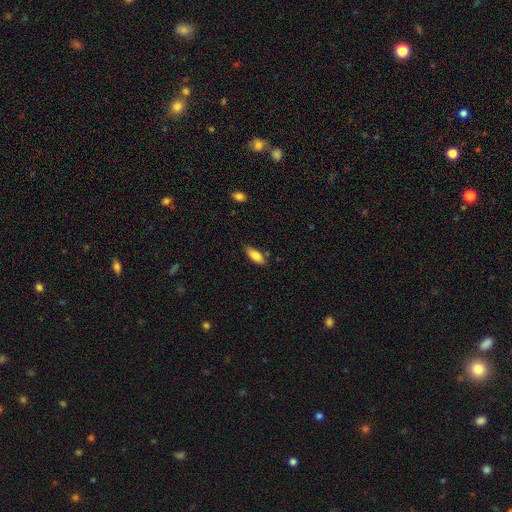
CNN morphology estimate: Q: Smooth or featured?
A: smooth (84%); runner-up: featured or disk (10%)
Q: How rounded?
A: in between (73%); runner-up: cigar-shaped (25%)
Q: Merging?
A: none (74%); runner-up: minor disturbance (19%)